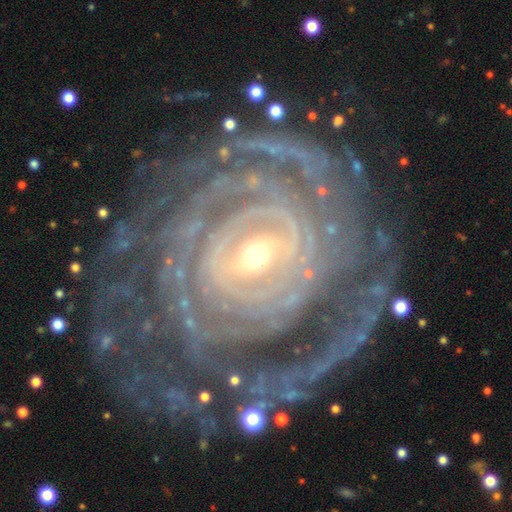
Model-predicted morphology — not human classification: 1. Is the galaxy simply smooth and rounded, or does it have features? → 88% featured or disk, 6% star or artifact, 6% smooth.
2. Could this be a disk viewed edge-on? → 96% no, 4% yes.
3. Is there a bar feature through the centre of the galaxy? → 39% weak, 34% strong, 27% no.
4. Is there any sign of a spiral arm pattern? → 93% yes, 7% no.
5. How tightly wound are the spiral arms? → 83% tight, 13% medium, 4% loose.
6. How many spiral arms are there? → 36% can't tell, 15% more than 4, 15% 4, 14% 2, 12% 3, 7% 1.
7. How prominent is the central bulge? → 61% small, 34% moderate, 3% large, 1% none, 1% dominant.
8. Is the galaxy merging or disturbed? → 69% none, 16% minor disturbance, 13% major disturbance, 2% merger.